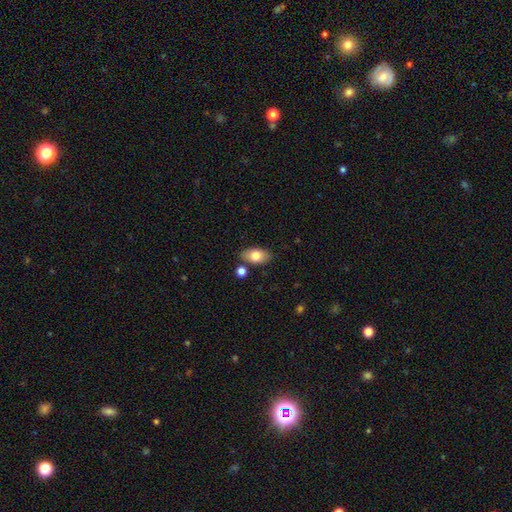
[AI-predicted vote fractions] The model was most divided on "smooth or featured": smooth: 79%, featured or disk: 14%, star or artifact: 7%. More confident: how rounded — in between (92%); merging — none (80%).